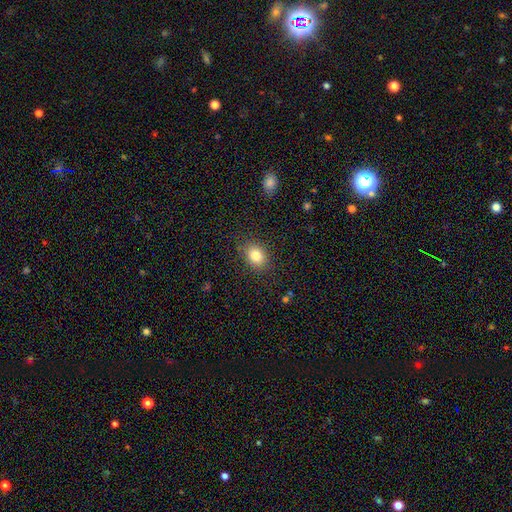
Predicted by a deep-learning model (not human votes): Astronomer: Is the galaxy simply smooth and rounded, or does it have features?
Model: smooth — 83%.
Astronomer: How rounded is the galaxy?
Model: in between — 62% (runner-up: round, 37%).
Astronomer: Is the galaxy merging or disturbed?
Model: none — 84%.